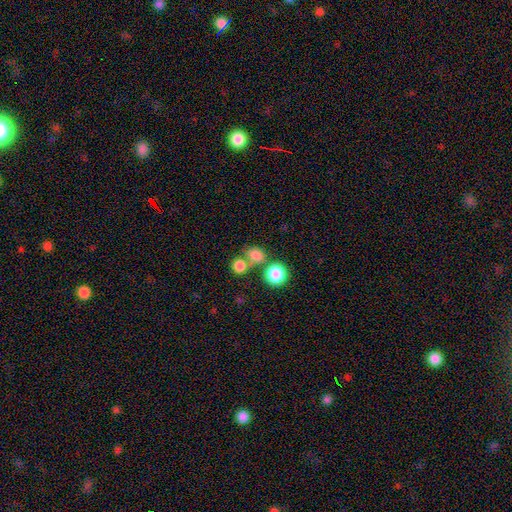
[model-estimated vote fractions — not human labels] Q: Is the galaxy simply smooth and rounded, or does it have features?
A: smooth — 80%.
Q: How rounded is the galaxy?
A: round — 70%.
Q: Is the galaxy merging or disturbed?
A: none — 52%.